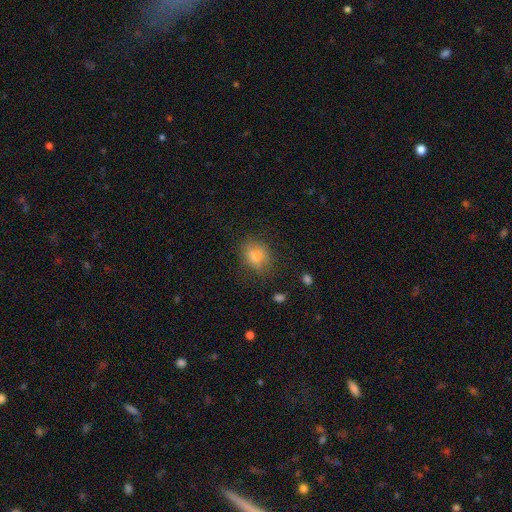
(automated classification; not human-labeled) This appears to be a smooth galaxy with no disk features (75%) that is round (50%). Merging: none (71%).